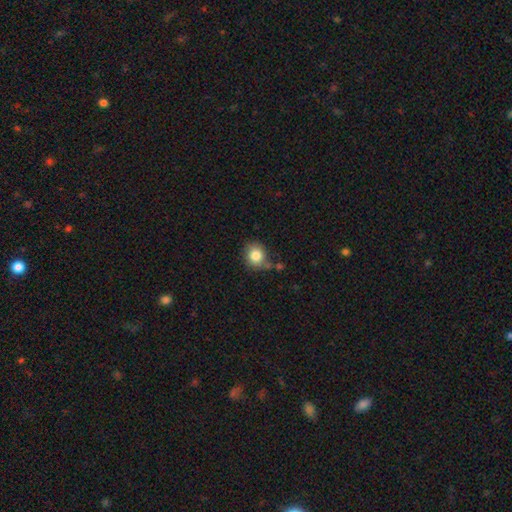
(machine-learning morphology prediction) Q: Smooth or featured?
A: smooth (83%); runner-up: star or artifact (10%)
Q: How rounded?
A: round (77%); runner-up: in between (22%)
Q: Merging?
A: none (71%); runner-up: minor disturbance (17%)